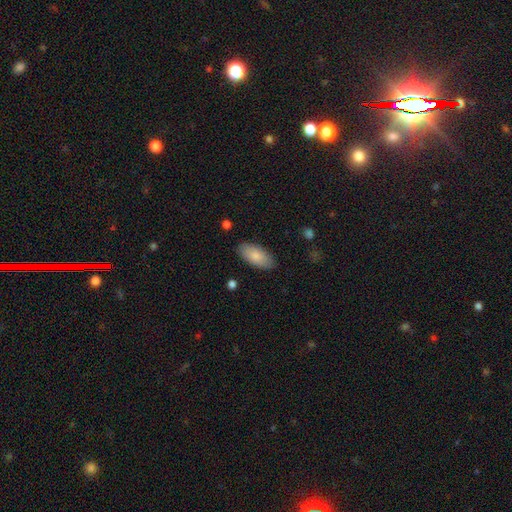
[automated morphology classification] A smooth galaxy with no disk features (83%) that is in between round and cigar-shaped (92%).

Vote fractions:
- Smooth or featured? smooth: 83% / featured or disk: 11% / star or artifact: 6%
- How rounded? in between: 92% / cigar-shaped: 6% / round: 2%
- Merging? none: 86% / minor disturbance: 10% / major disturbance: 2% / merger: 1%